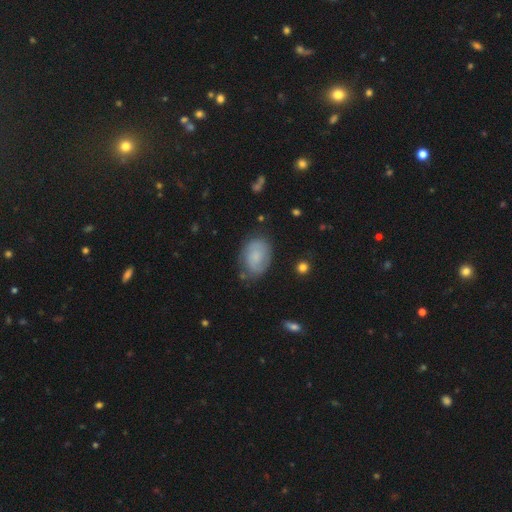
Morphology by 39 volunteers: A featured or disk galaxy (56%) with no bar (64%), 2 (86%) tight (43%, tied with medium) spiral arms (95%) and a small central bulge (41%). Merging: none (82%).